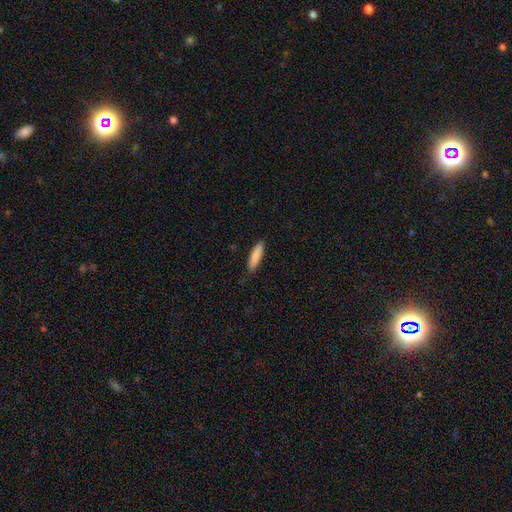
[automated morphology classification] This appears to be a smooth galaxy with no disk features (85%) that is cigar-shaped (77%). Merging: none (78%).